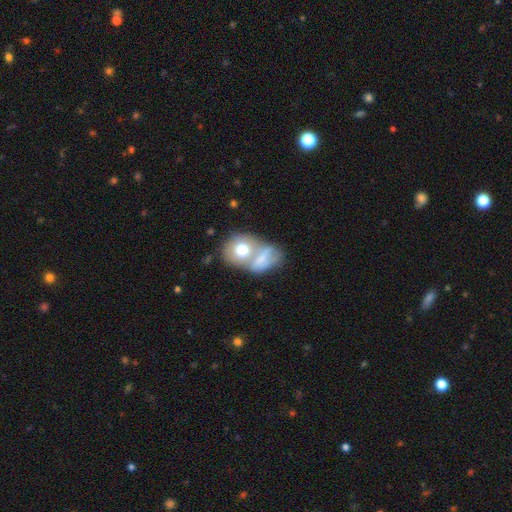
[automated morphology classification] Smooth or featured: smooth — 55% (featured or disk — 33%)
How rounded: in between — 52% (round — 45%)
Merging: merger — 63% (none — 23%)